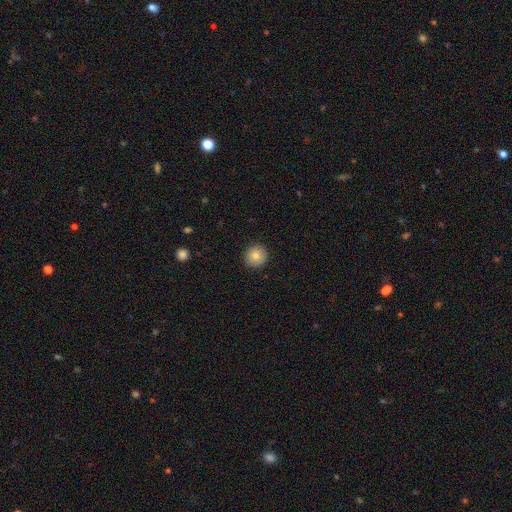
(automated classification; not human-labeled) Q: Smooth or featured?
A: smooth (82%); runner-up: star or artifact (9%)
Q: How rounded?
A: round (94%); runner-up: in between (5%)
Q: Merging?
A: none (92%); runner-up: minor disturbance (6%)